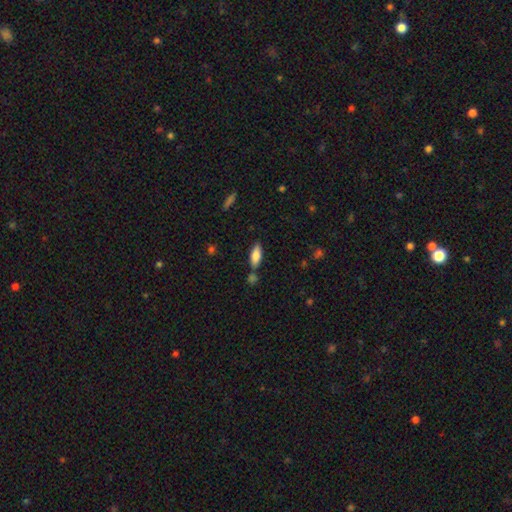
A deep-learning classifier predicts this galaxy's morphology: Overall: smooth (80%). How rounded: in between (72%). Merging: none (75%).